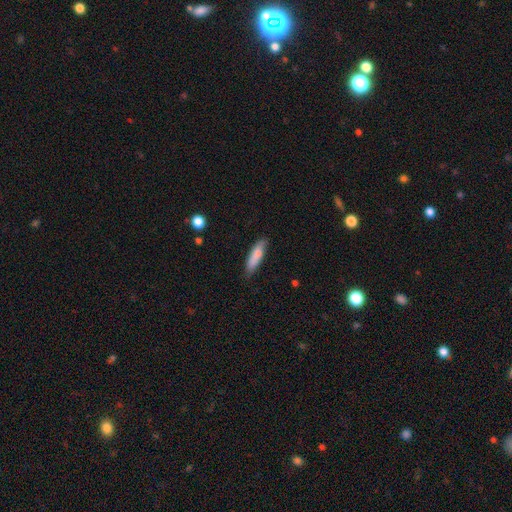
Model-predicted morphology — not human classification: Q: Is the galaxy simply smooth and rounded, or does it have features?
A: smooth — 82%.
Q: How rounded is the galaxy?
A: cigar-shaped — 67%.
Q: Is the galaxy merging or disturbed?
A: none — 78%.